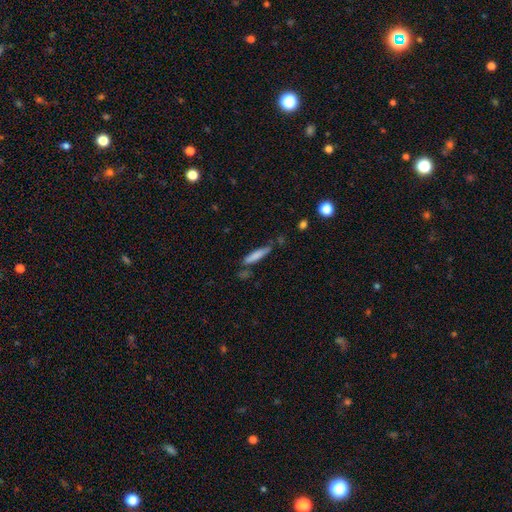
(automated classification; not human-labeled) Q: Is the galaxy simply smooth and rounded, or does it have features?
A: smooth — 76%.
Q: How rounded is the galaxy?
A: cigar-shaped — 88%.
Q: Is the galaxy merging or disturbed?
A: none — 69%.